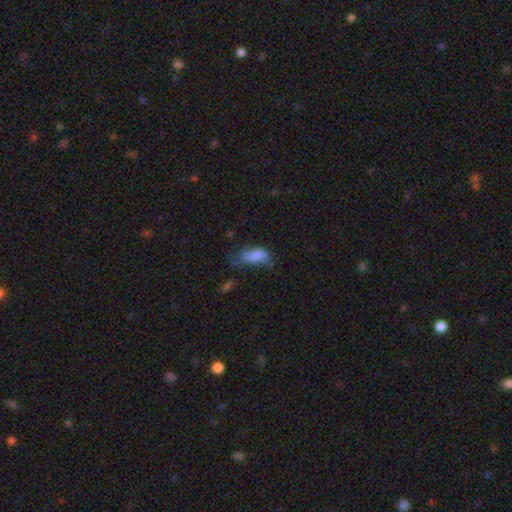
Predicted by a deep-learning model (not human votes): Q: Smooth or featured?
A: smooth (72%); runner-up: featured or disk (18%)
Q: How rounded?
A: in between (88%); runner-up: cigar-shaped (9%)
Q: Merging?
A: minor disturbance (33%); tied with: major disturbance (33%)